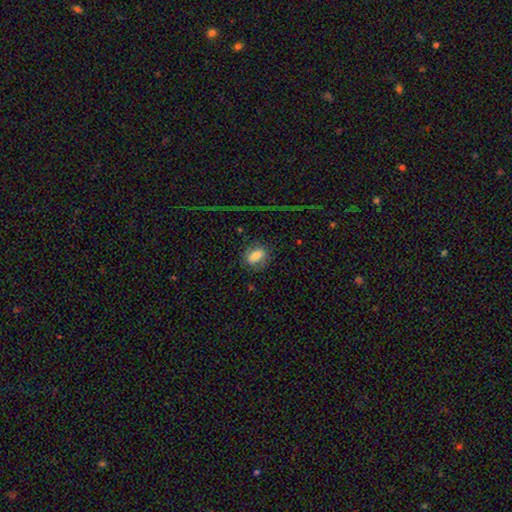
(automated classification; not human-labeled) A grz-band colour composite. It shows a smooth galaxy with no disk features (77%) that is in between round and cigar-shaped (75%). Merging: none (76%).